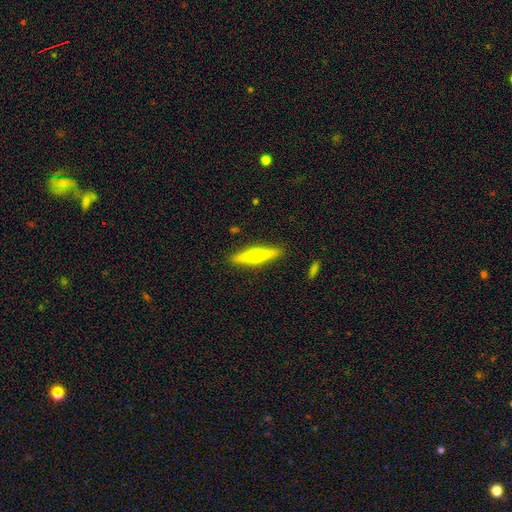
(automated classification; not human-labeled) A featured or disk galaxy (63%) viewed edge-on (96%) with a rounded central bulge (94%).

Vote fractions:
- Smooth or featured? featured or disk: 63% / smooth: 31% / star or artifact: 6%
- Edge-on disk? yes: 96% / no: 4%
- Edge-on bulge? rounded: 94% / none: 3% / boxy: 2%
- Merging? none: 90% / minor disturbance: 7% / major disturbance: 2% / merger: 1%